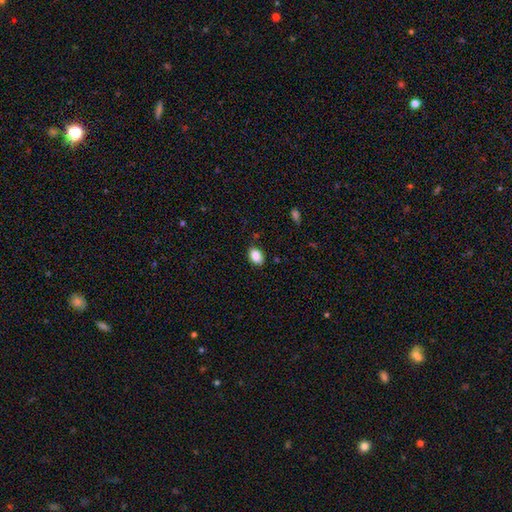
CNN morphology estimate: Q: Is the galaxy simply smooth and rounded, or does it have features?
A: smooth — 86%.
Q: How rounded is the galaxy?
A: in between — 78%.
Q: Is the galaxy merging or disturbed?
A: none — 84%.